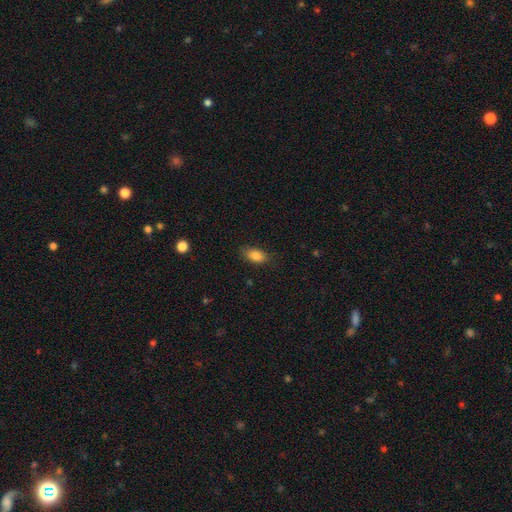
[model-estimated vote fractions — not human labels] Q: Smooth or featured?
A: smooth (85%); runner-up: star or artifact (8%)
Q: How rounded?
A: in between (89%); runner-up: round (7%)
Q: Merging?
A: none (82%); runner-up: minor disturbance (14%)